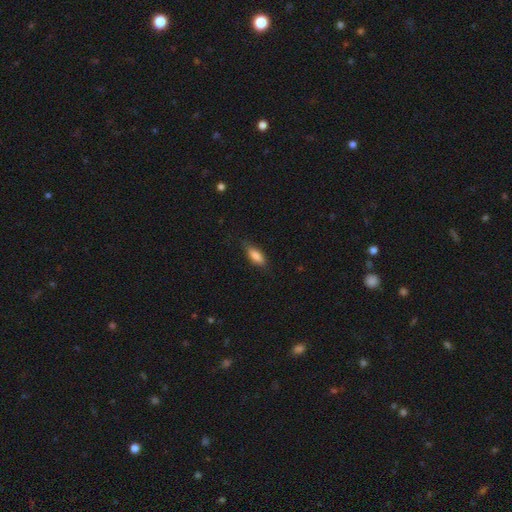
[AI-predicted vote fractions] The model was most divided on "how rounded": in between: 69%, cigar-shaped: 29%, round: 2%. More confident: smooth or featured — smooth (82%); merging — none (76%).